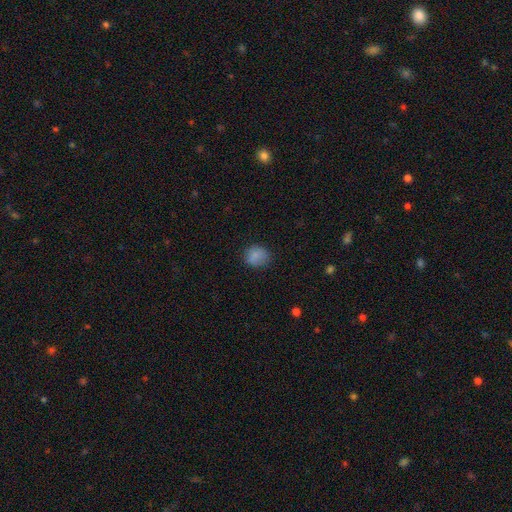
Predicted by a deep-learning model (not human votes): A smooth galaxy with no disk features (84%) that is round (72%). Merging: none (79%).